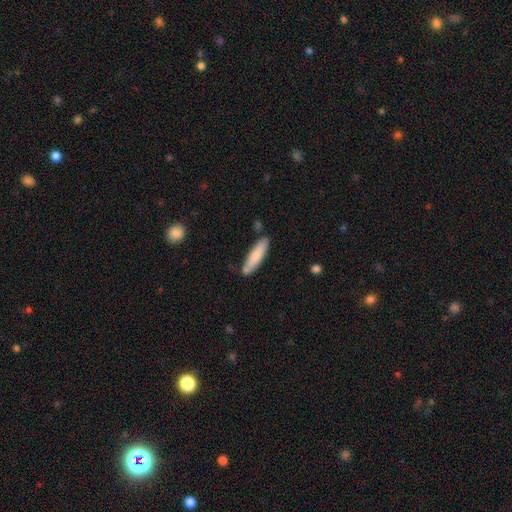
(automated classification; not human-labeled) smooth_or_featured: smooth (p=0.78) [alt: featured or disk p=0.17]
how_rounded: cigar-shaped (p=0.76) [alt: in between p=0.23]
merging: none (p=0.78) [alt: minor disturbance p=0.15]